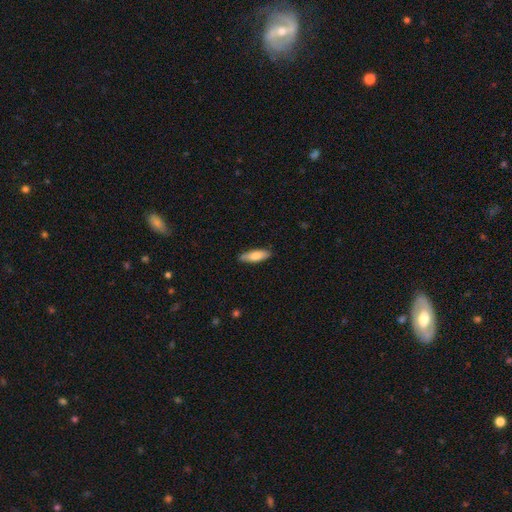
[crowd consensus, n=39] A smooth galaxy with no disk features (72%) that is in between round and cigar-shaped (54%).

Vote fractions:
- Smooth or featured? smooth: 72% / featured or disk: 18% / star or artifact: 10%
- How rounded? in between: 54% / cigar-shaped: 46% / round: 0%
- Merging? none: 91% / minor disturbance: 9% / major disturbance: 0% / merger: 0%